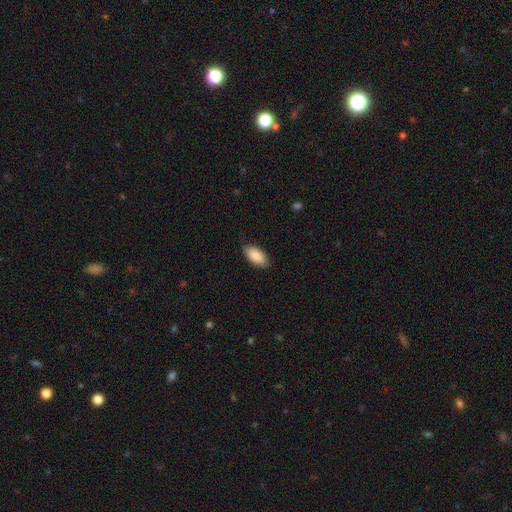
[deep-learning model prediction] smooth_or_featured: smooth (p=0.87) [alt: featured or disk p=0.07]
how_rounded: in between (p=0.94) [alt: cigar-shaped p=0.05]
merging: none (p=0.86) [alt: minor disturbance p=0.10]